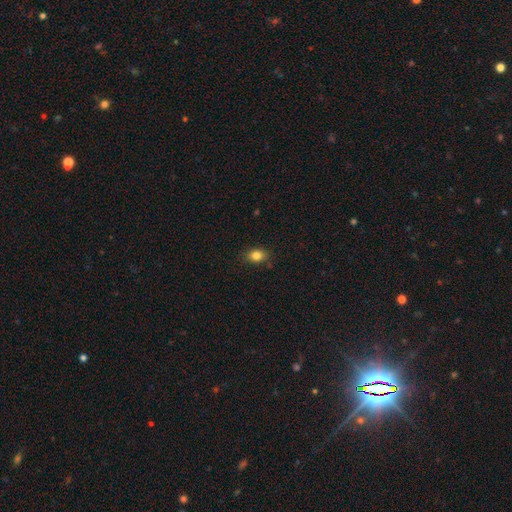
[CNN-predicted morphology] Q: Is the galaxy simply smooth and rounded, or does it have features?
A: smooth — 83%.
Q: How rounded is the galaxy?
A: in between — 66%.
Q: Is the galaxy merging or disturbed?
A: none — 83%.